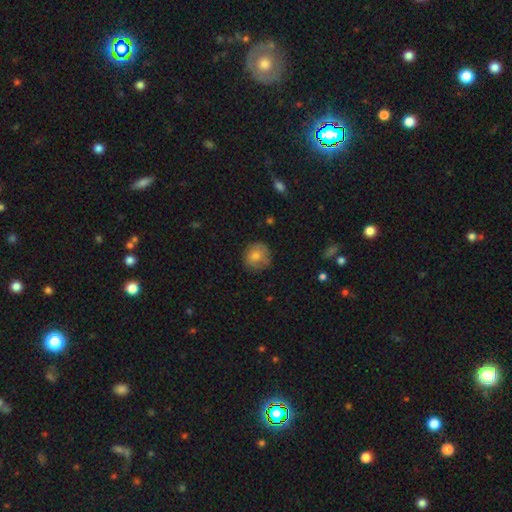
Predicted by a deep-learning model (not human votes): Smooth or featured? Predicted: smooth (p=0.77). How rounded? Predicted: round (p=0.87). Merging? Predicted: none (p=0.76).